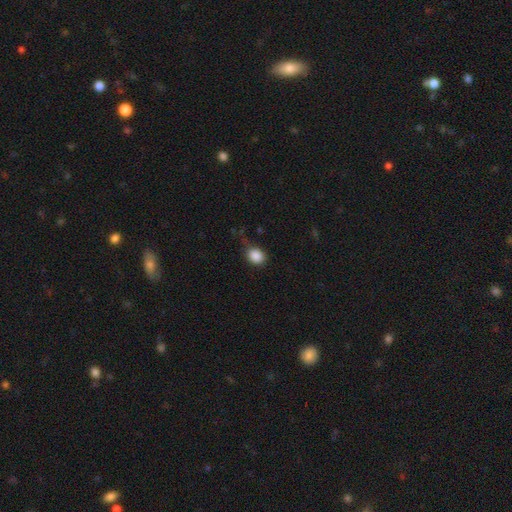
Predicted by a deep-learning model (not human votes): Smooth or featured? Predicted: smooth (p=0.88). How rounded? Predicted: round (p=0.55). Merging? Predicted: none (p=0.69).